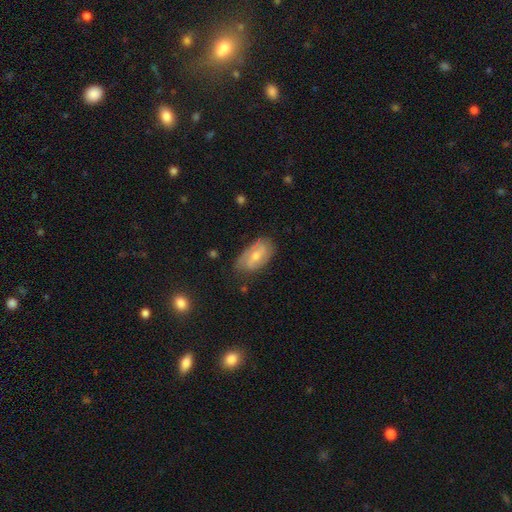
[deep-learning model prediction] The model was most divided on "bar": weak: 46%, no: 40%, strong: 15%. More confident: edge-on disk — no (93%); spiral arms — yes (81%); merging — none (66%); smooth or featured — featured or disk (61%); bulge size — moderate (53%).